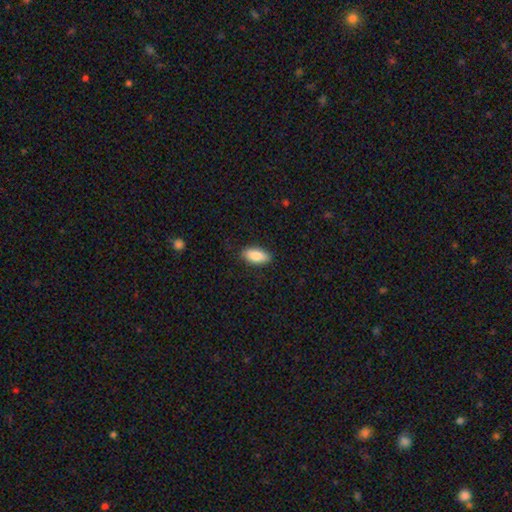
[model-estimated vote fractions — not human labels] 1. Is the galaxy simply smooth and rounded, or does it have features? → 88% smooth, 6% featured or disk, 6% star or artifact.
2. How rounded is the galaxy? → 89% in between, 8% cigar-shaped, 2% round.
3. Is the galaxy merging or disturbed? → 86% none, 11% minor disturbance, 2% major disturbance, 1% merger.